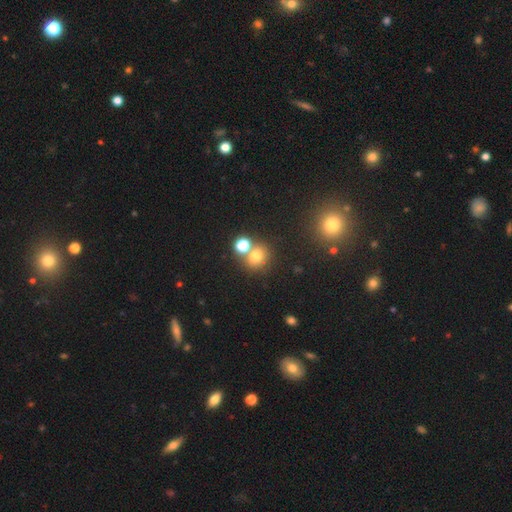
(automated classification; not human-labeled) This appears to be a smooth galaxy with no disk features (71%) that is round (80%). Merging: none (57%).